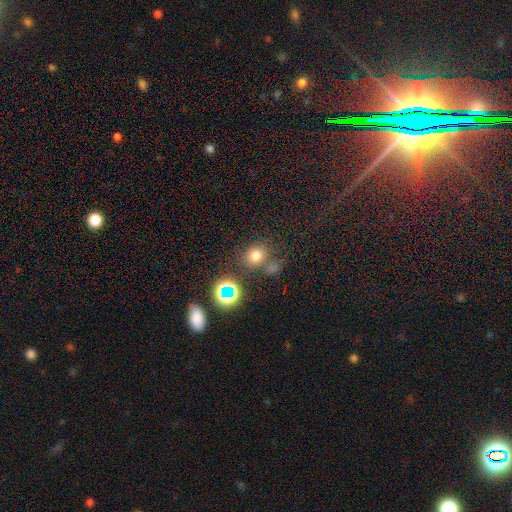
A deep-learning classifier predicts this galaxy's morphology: type=smooth (71%); roundness=round (75%); merging=none (70%).